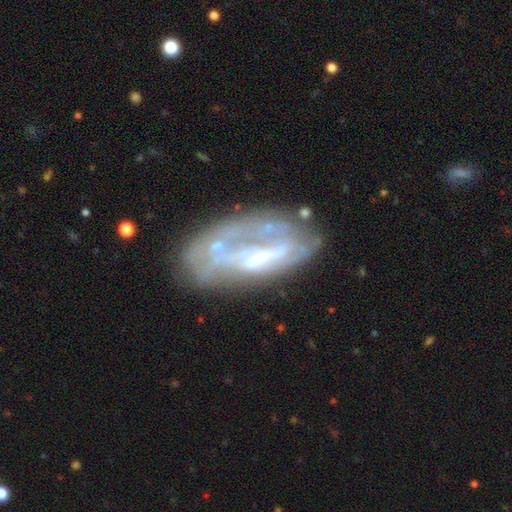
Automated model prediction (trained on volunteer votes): Smooth or featured? featured or disk (67%)
Edge-on disk? no (91%)
Bar? no (53%)
Spiral arms? no (67%)
Bulge size? small (43%)
Merging? none (48%)